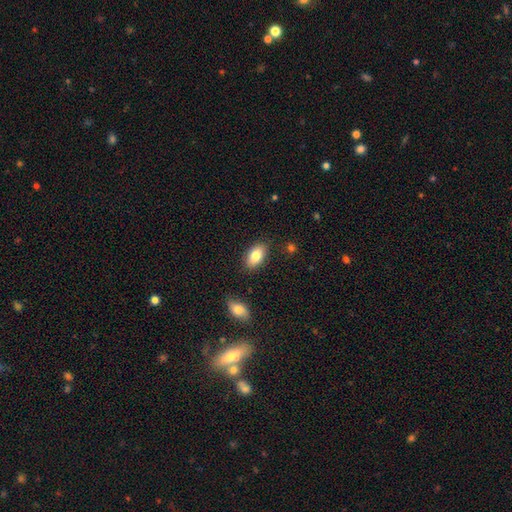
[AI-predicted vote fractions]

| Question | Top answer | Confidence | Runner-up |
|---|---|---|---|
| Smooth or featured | smooth | 83% | featured or disk (10%) |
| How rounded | in between | 92% | round (5%) |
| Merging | none | 84% | minor disturbance (11%) |